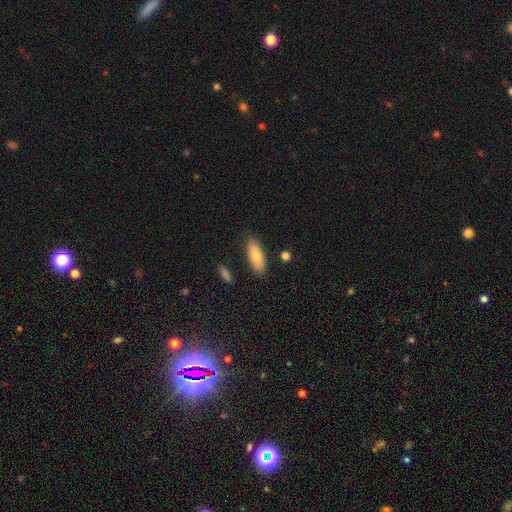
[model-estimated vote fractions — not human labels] smooth_or_featured: smooth (p=0.77) [alt: featured or disk p=0.17]
how_rounded: in between (p=0.76) [alt: cigar-shaped p=0.22]
merging: none (p=0.84) [alt: minor disturbance p=0.11]